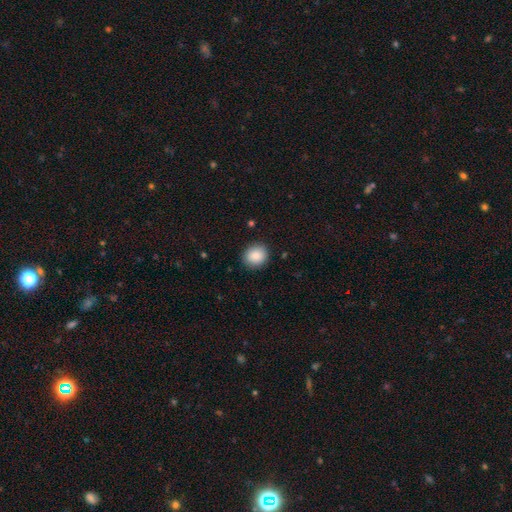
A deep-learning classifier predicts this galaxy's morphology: A smooth galaxy with no disk features (87%) that is round (77%).

Vote fractions:
- Smooth or featured? smooth: 87% / star or artifact: 8% / featured or disk: 5%
- How rounded? round: 77% / in between: 22% / cigar-shaped: 1%
- Merging? none: 90% / minor disturbance: 7% / major disturbance: 2% / merger: 1%